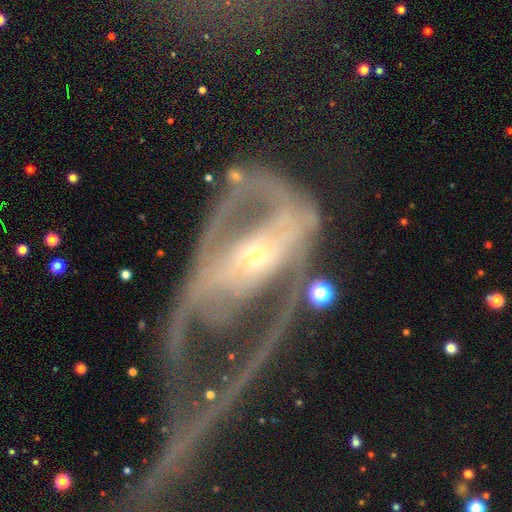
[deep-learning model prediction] This appears to be a featured or disk galaxy (79%) with no bar (46%), spiral arms (66%) and a small central bulge (73%). Merging: major disturbance (61%).